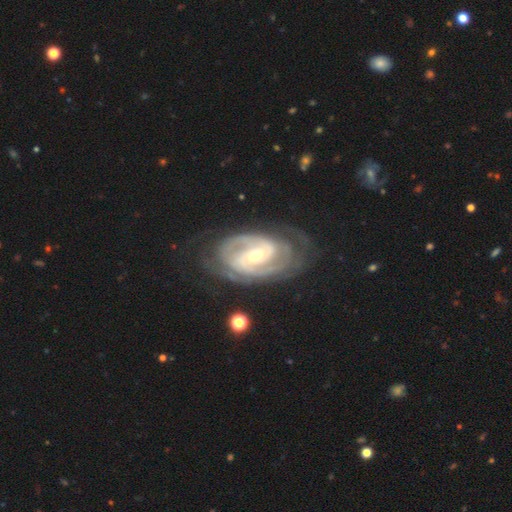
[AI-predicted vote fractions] smooth-or-featured: featured or disk: 91% | smooth: 5% | star or artifact: 4%
  disk-edge-on: no: 96% | yes: 4%
    bar: weak: 41% | strong: 30% | no: 29%
    has-spiral-arms: yes: 97% | no: 3%
      spiral-winding: tight: 64% | medium: 30% | loose: 6%
      spiral-arm-count: 2: 59% | can't tell: 15% | 3: 15% | 4: 4% | 1: 3% | more than 4: 3%
    bulge-size: small: 50% | moderate: 46% | large: 2% | none: 1% | dominant: 1%
  merging: none: 70% | minor disturbance: 19% | major disturbance: 9% | merger: 2%